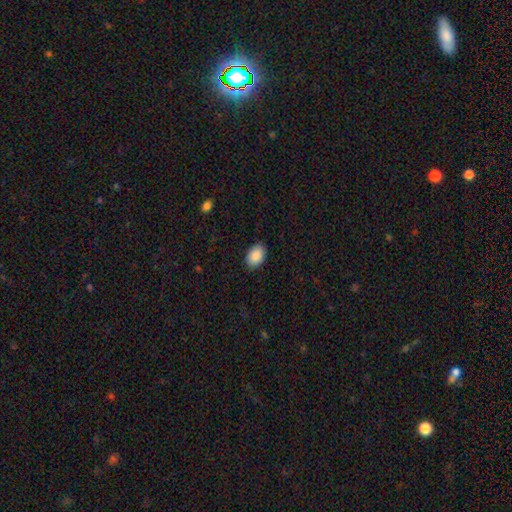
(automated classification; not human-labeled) The model was most divided on "how rounded": in between: 88%, round: 11%, cigar-shaped: 1%. More confident: smooth or featured — smooth (90%); merging — none (88%).